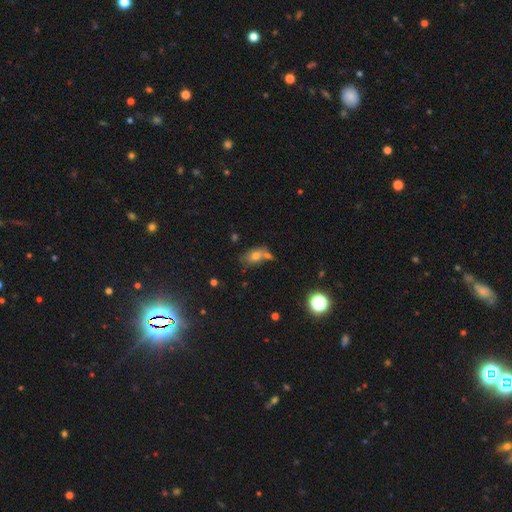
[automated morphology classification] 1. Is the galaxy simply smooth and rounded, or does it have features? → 72% smooth, 15% featured or disk, 13% star or artifact.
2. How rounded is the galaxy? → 80% in between, 17% round, 3% cigar-shaped.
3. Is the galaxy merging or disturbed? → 49% none, 29% merger, 16% minor disturbance, 6% major disturbance.